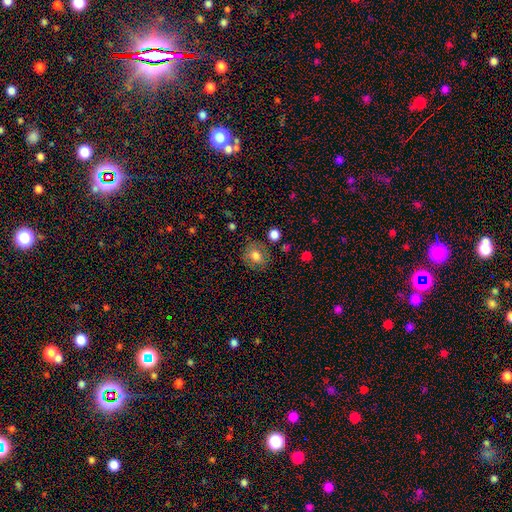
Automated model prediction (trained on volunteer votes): This is likely a smooth galaxy (72%). How rounded: likely round (67%). Merging: likely none (77%).